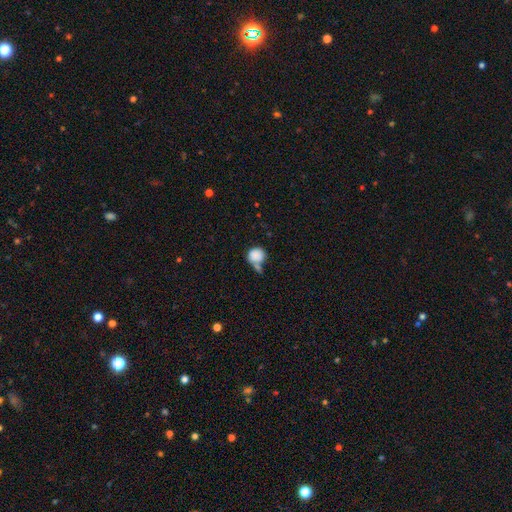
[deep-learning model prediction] This appears to be a smooth galaxy with no disk features (84%) that is round (79%). Merging: none (36%).